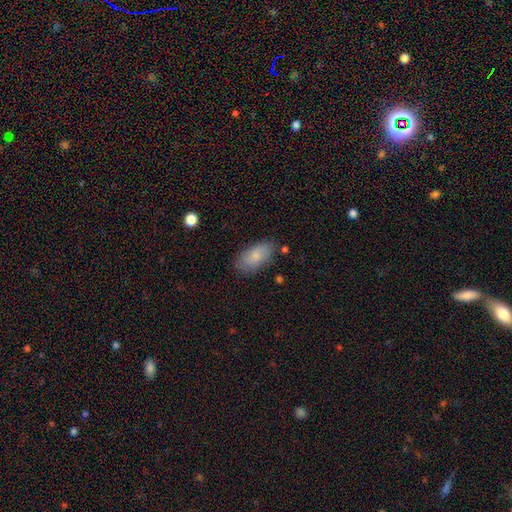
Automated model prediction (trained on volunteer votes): Overall: smooth (82%). How rounded: in between (92%). Merging: none (81%).